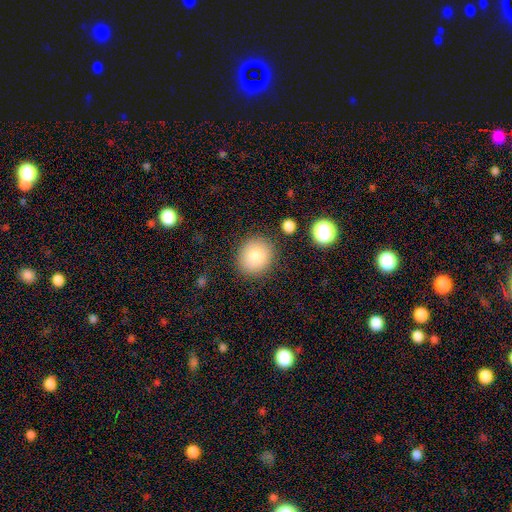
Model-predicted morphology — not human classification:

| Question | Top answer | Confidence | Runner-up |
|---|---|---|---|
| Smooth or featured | smooth | 81% | star or artifact (9%) |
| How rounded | round | 82% | in between (17%) |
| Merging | none | 86% | minor disturbance (9%) |